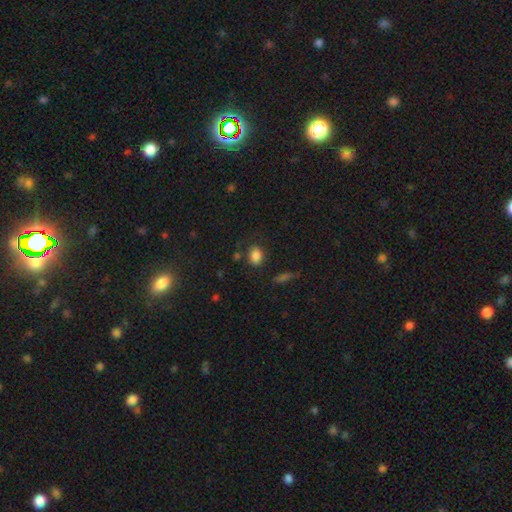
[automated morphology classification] Smooth or featured: smooth — 84% (star or artifact — 11%)
How rounded: in between — 62% (round — 36%)
Merging: none — 78% (minor disturbance — 13%)